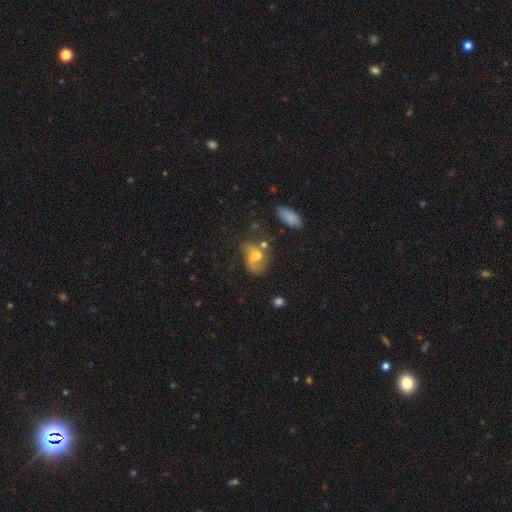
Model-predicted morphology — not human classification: Smooth or featured? smooth (44%)
Merging? none (37%)